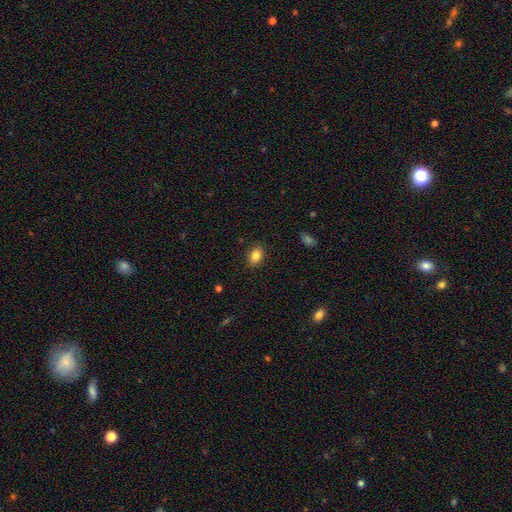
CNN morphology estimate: This appears to be a smooth galaxy with no disk features (84%) that is in between round and cigar-shaped (74%). Merging: none (87%).